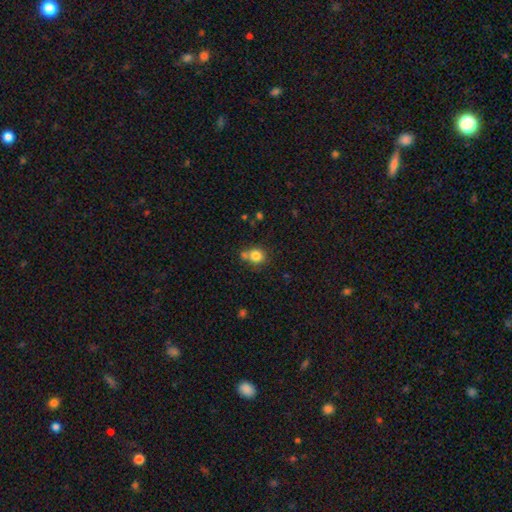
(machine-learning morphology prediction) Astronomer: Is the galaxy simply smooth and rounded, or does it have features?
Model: smooth — 82%.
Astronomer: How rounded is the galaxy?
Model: round — 80%.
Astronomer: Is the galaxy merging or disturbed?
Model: none — 56%.